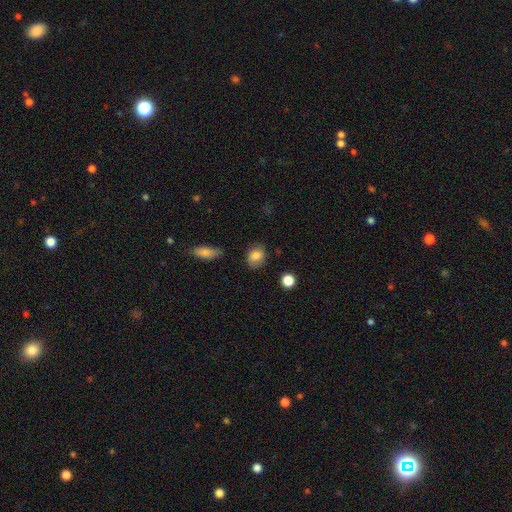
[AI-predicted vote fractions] This appears to be a smooth galaxy with no disk features (78%) that is round (52%). Merging: none (76%).